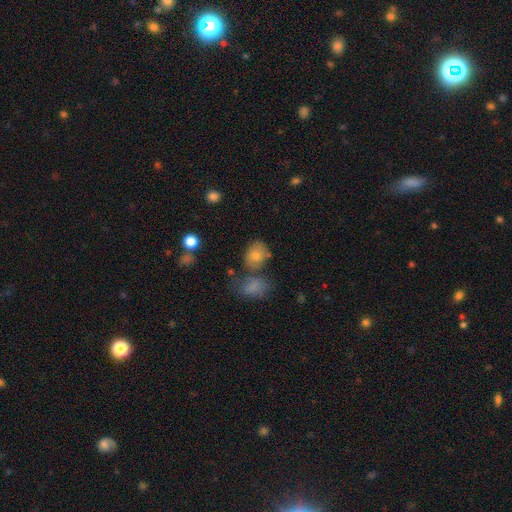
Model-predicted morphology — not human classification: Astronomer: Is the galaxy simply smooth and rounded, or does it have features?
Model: smooth — 75%.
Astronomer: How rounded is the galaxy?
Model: in between — 53% (runner-up: round, 45%).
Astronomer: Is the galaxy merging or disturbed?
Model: none — 57%.